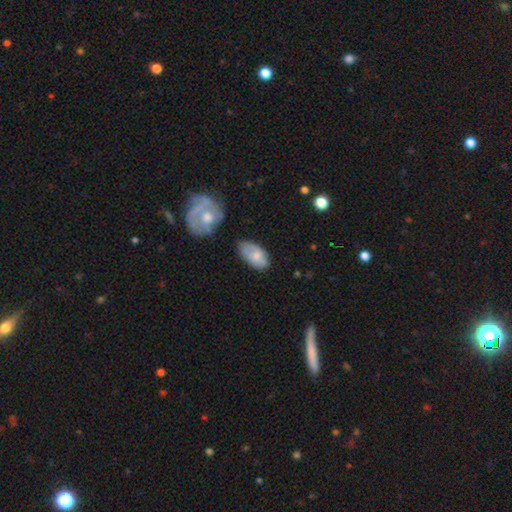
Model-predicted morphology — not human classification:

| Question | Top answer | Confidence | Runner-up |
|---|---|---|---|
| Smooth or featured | smooth | 72% | featured or disk (21%) |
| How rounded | in between | 94% | round (4%) |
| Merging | none | 60% | minor disturbance (28%) |